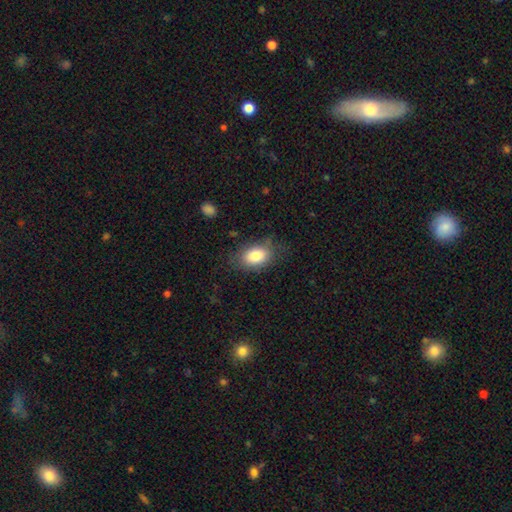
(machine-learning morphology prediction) smooth-or-featured: smooth: 83% | featured or disk: 10% | star or artifact: 8%
  how-rounded: in between: 87% | round: 12% | cigar-shaped: 1%
  merging: none: 75% | minor disturbance: 17% | major disturbance: 6% | merger: 2%